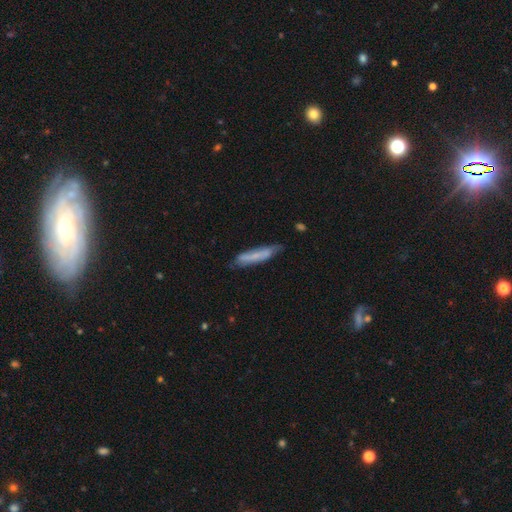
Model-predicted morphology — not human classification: The model was most divided on "smooth or featured": smooth: 61%, featured or disk: 32%, star or artifact: 7%. More confident: how rounded — cigar-shaped (88%); merging — none (64%).